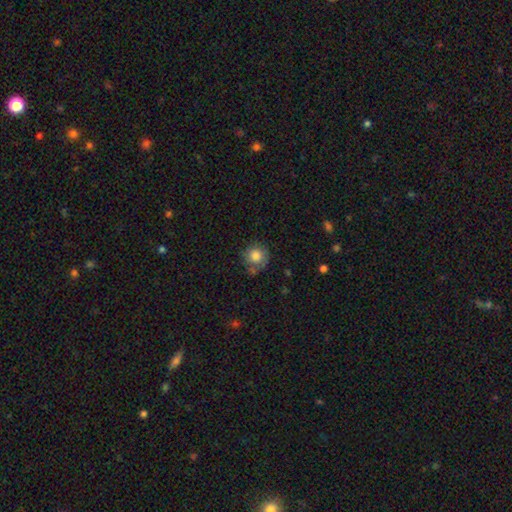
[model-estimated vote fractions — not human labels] This appears to be a smooth galaxy with no disk features (79%) that is round (89%). Merging: none (61%).